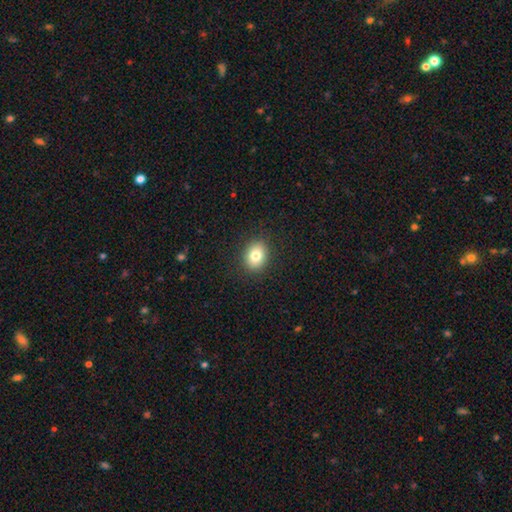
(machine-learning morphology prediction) smooth_or_featured: smooth (p=0.81) [alt: star or artifact p=0.10]
how_rounded: in between (p=0.55) [alt: round p=0.44]
merging: none (p=0.89) [alt: minor disturbance p=0.08]